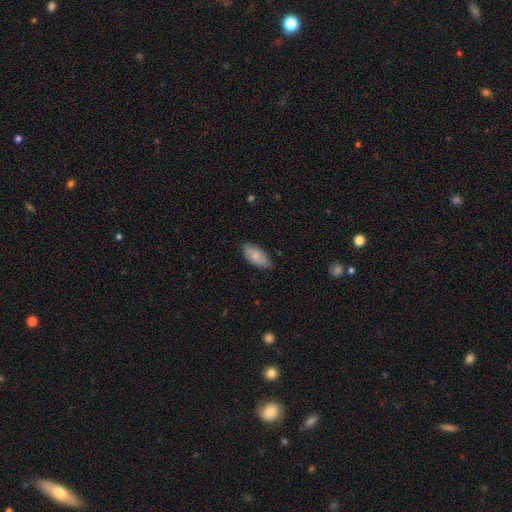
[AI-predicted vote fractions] A smooth galaxy with no disk features (79%) that is in between round and cigar-shaped (92%).

Vote fractions:
- Smooth or featured? smooth: 79% / featured or disk: 15% / star or artifact: 6%
- How rounded? in between: 92% / cigar-shaped: 5% / round: 3%
- Merging? none: 73% / minor disturbance: 23% / major disturbance: 3% / merger: 1%